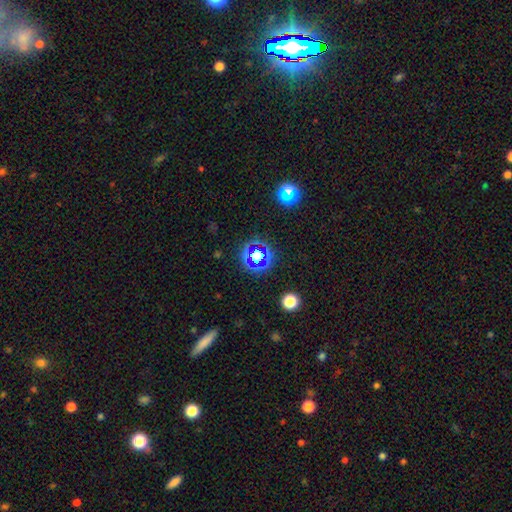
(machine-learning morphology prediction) The model was most divided on "smooth or featured": star or artifact: 64%, smooth: 25%, featured or disk: 10%.